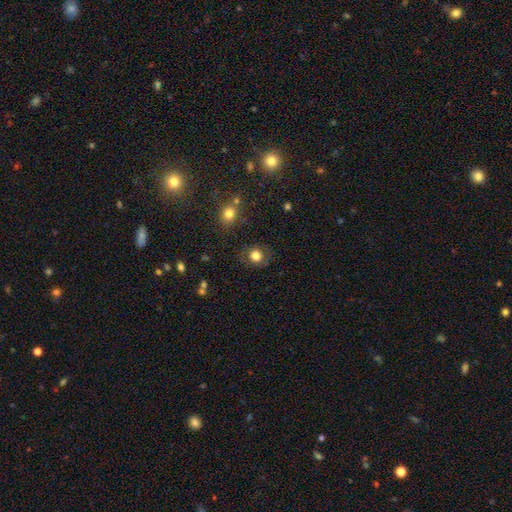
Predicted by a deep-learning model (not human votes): Q: Smooth or featured?
A: smooth (80%); runner-up: star or artifact (11%)
Q: How rounded?
A: round (85%); runner-up: in between (14%)
Q: Merging?
A: none (83%); runner-up: minor disturbance (11%)